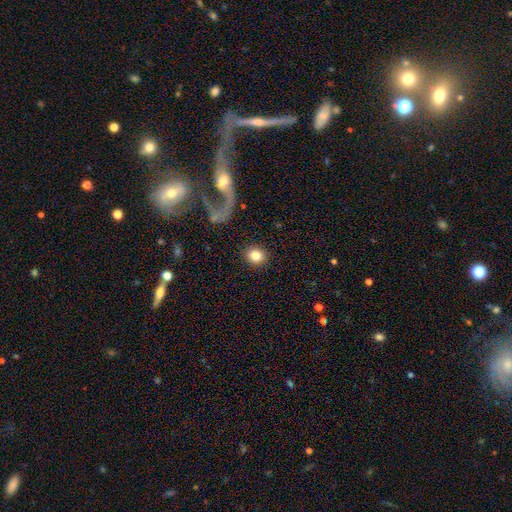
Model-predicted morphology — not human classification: Smooth or featured: smooth — 82% (featured or disk — 9%)
How rounded: round — 74% (in between — 24%)
Merging: none — 88% (minor disturbance — 6%)